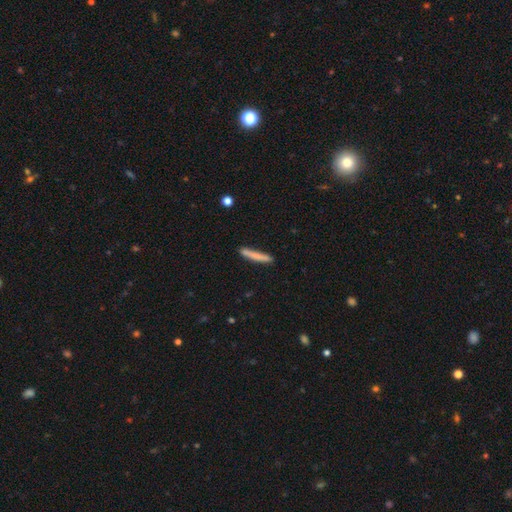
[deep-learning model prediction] Smooth or featured? Predicted: smooth (p=0.78). How rounded? Predicted: cigar-shaped (p=0.95). Merging? Predicted: none (p=0.85).